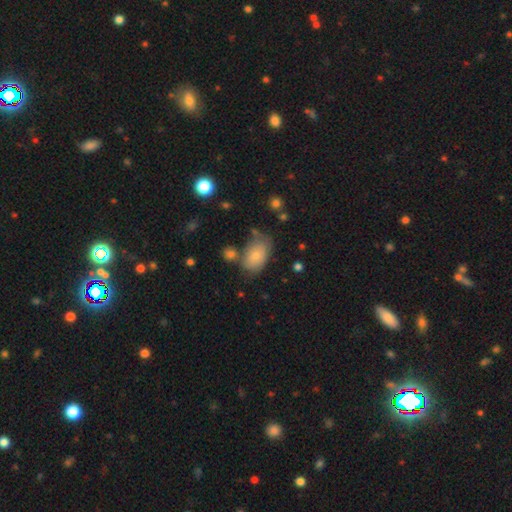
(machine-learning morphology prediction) Smooth or featured? Predicted: smooth (p=0.78). How rounded? Predicted: in between (p=0.89). Merging? Predicted: none (p=0.56).